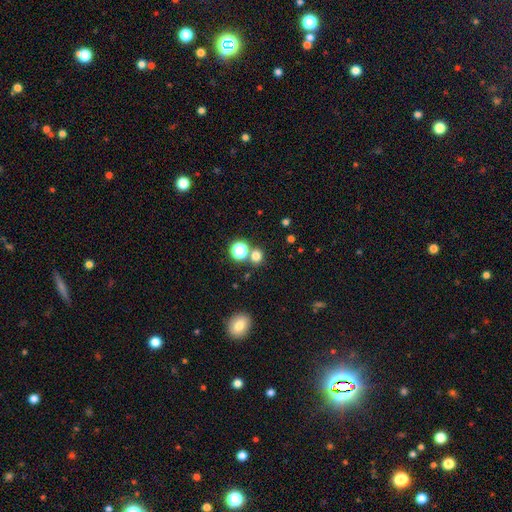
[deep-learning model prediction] This is likely a smooth galaxy (72%). How rounded: clearly round (85%). Merging: likely none (73%).